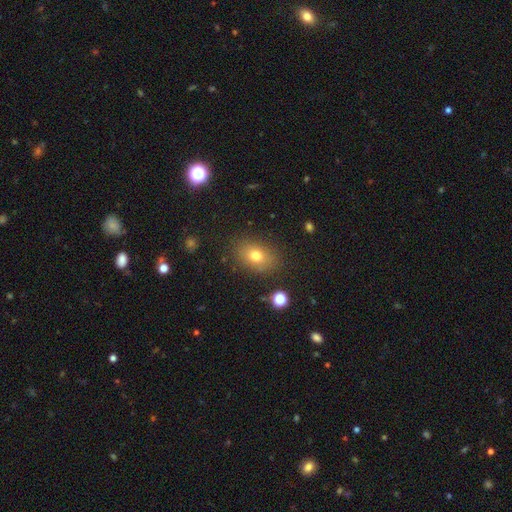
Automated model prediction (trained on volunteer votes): The model was most divided on "how rounded": in between: 75%, round: 24%, cigar-shaped: 1%. More confident: merging — none (83%); smooth or featured — smooth (75%).